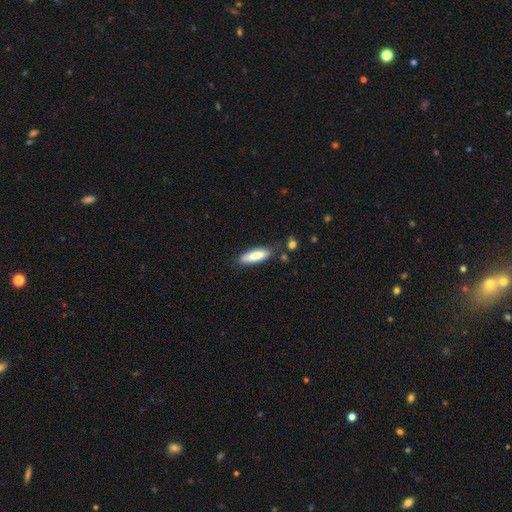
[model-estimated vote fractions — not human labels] Smooth or featured? Predicted: smooth (p=0.85). How rounded? Predicted: in between (p=0.54). Merging? Predicted: none (p=0.78).